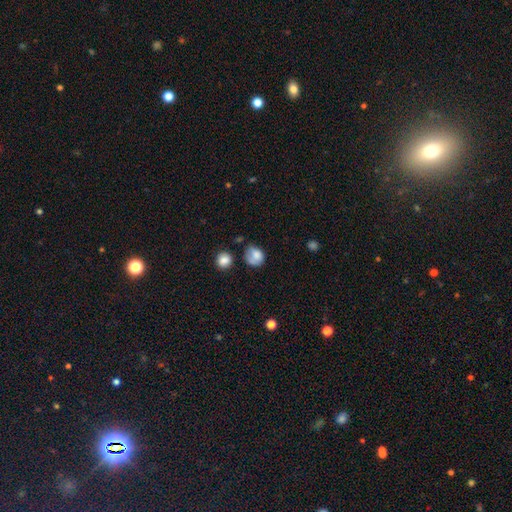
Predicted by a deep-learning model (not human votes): This is likely a smooth galaxy (76%). How rounded: possibly round (54%). Merging: marginally none (37%).